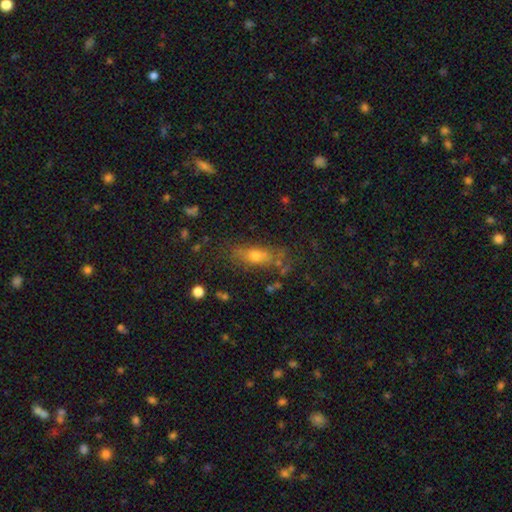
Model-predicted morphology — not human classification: type=smooth (58%); roundness=in between (60%); merging=none (63%).